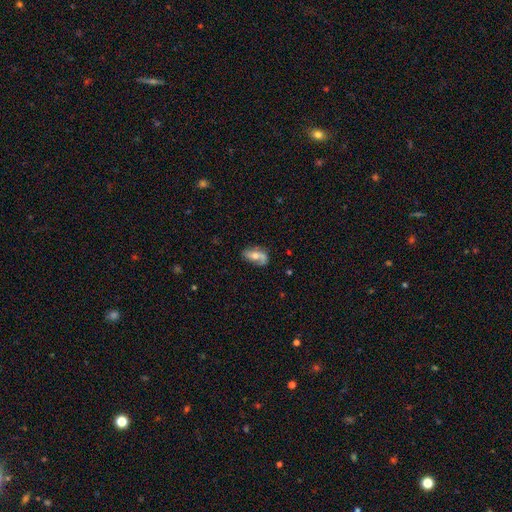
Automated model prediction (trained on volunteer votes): smooth-or-featured: featured or disk: 59% | smooth: 33% | star or artifact: 8%
  disk-edge-on: no: 91% | yes: 9%
    bar: no: 55% | weak: 29% | strong: 16%
    has-spiral-arms: yes: 80% | no: 20%
    bulge-size: moderate: 66% | small: 23% | large: 7% | none: 2% | dominant: 1%
  merging: none: 59% | minor disturbance: 25% | major disturbance: 11% | merger: 5%